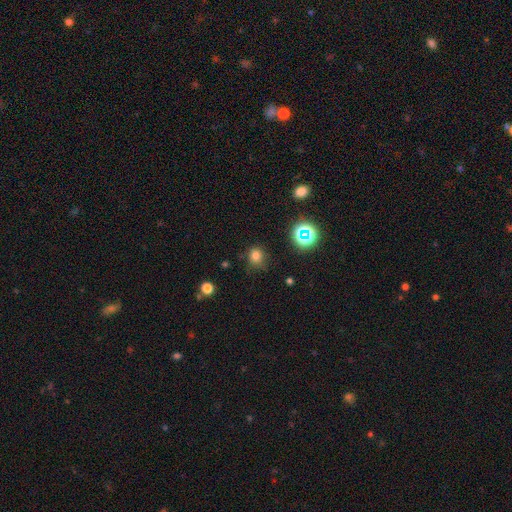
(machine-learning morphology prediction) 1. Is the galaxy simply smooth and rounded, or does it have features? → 74% smooth, 20% star or artifact, 6% featured or disk.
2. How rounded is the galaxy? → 83% round, 16% in between, 1% cigar-shaped.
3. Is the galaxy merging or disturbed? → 76% none, 17% minor disturbance, 5% major disturbance, 2% merger.